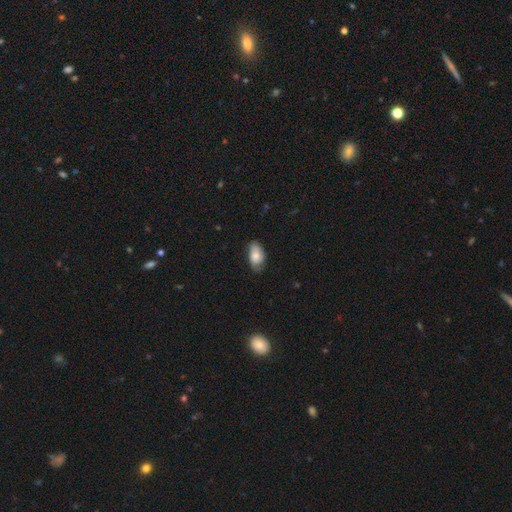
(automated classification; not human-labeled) smooth-or-featured: smooth: 74% | featured or disk: 18% | star or artifact: 7%
  how-rounded: in between: 92% | round: 6% | cigar-shaped: 2%
  merging: none: 64% | minor disturbance: 29% | major disturbance: 6% | merger: 1%